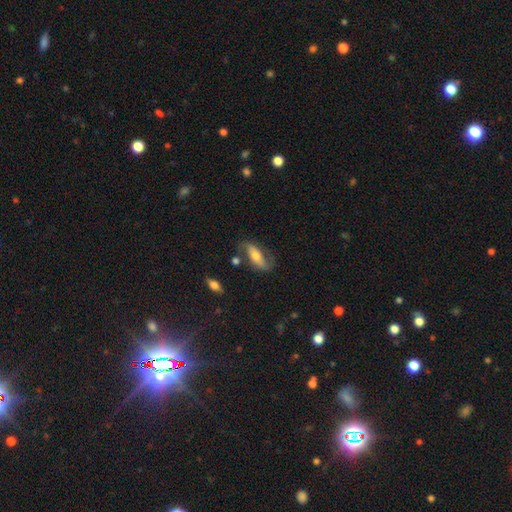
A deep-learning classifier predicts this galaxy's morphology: A featured or disk galaxy (64%) with no bar (40%), spiral arms (86%) and a moderate central bulge (60%).

Vote fractions:
- Smooth or featured? featured or disk: 64% / smooth: 30% / star or artifact: 6%
- Edge-on disk? no: 86% / yes: 14%
- Bar? no: 40% / strong: 32% / weak: 29%
- Spiral arms? yes: 86% / no: 14%
- Bulge size? moderate: 60% / small: 24% / large: 12% / none: 2% / dominant: 2%
- Merging? none: 67% / minor disturbance: 19% / major disturbance: 10% / merger: 5%